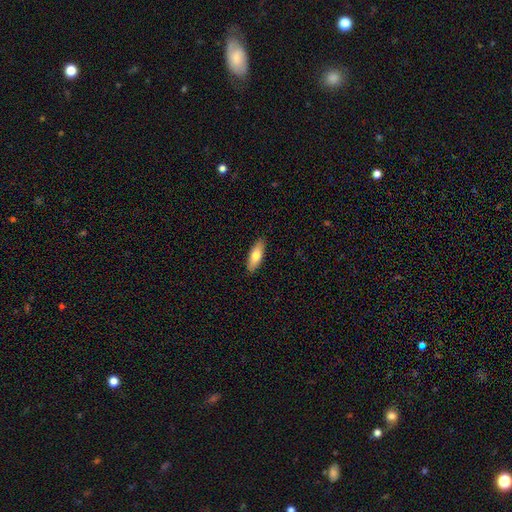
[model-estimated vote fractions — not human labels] smooth_or_featured: smooth (p=0.73) [alt: featured or disk p=0.21]
how_rounded: in between (p=0.64) [alt: cigar-shaped p=0.34]
merging: none (p=0.89) [alt: minor disturbance p=0.09]